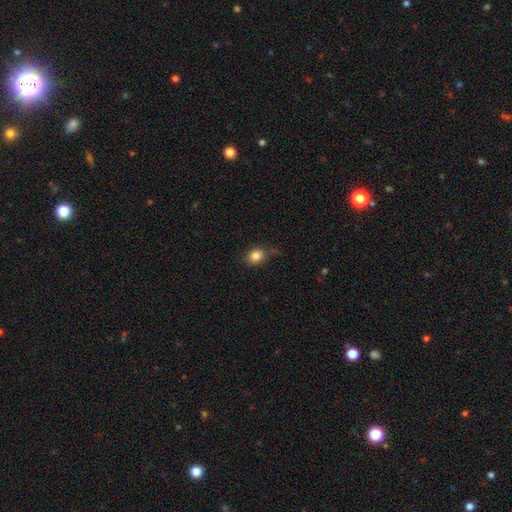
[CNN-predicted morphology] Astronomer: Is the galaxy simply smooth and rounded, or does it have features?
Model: smooth — 85%.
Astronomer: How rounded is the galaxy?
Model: round — 57% (runner-up: in between, 42%).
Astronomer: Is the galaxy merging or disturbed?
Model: none — 73%.